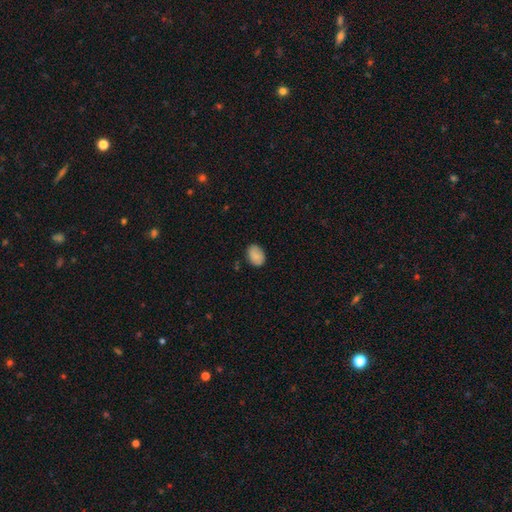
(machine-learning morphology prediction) smooth-or-featured: smooth: 82% | featured or disk: 10% | star or artifact: 8%
  how-rounded: in between: 73% | round: 26% | cigar-shaped: 1%
  merging: none: 81% | minor disturbance: 15% | major disturbance: 3% | merger: 1%